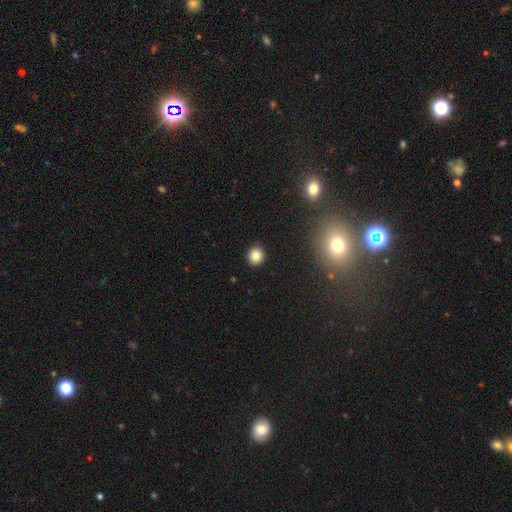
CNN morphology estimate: Overall: smooth (84%). How rounded: round (86%). Merging: none (91%).